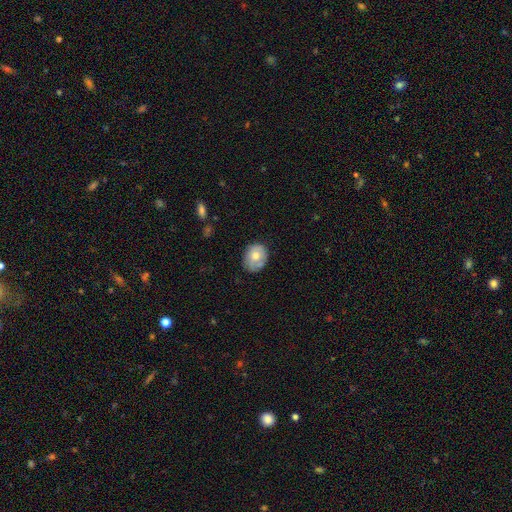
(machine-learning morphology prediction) Smooth or featured?
  - smooth: 64% *
  - featured or disk: 28%
  - star or artifact: 8%
How rounded?
  - round: 54% *
  - in between: 45%
  - cigar-shaped: 1%
Merging?
  - none: 68% *
  - minor disturbance: 25%
  - major disturbance: 5%
  - merger: 2%